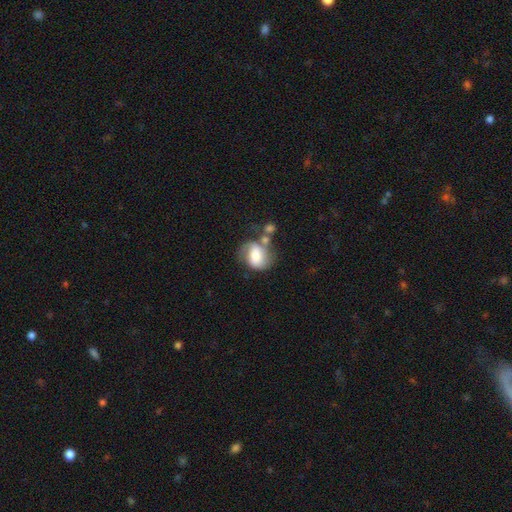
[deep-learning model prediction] Q: Smooth or featured?
A: smooth (51%); runner-up: featured or disk (41%)
Q: How rounded?
A: in between (51%); runner-up: round (48%)
Q: Merging?
A: none (36%); runner-up: merger (27%)